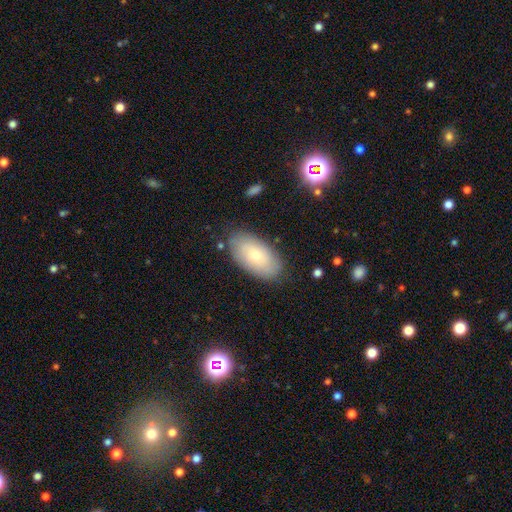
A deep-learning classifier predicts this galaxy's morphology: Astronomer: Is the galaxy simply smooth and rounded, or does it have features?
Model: smooth — 68%.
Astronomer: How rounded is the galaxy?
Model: in between — 95%.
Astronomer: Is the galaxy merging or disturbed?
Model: none — 82%.